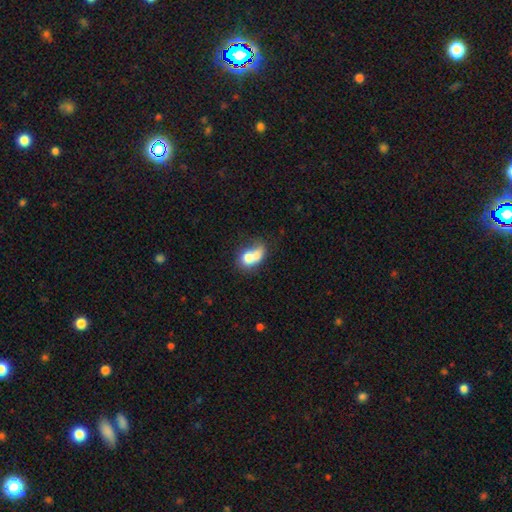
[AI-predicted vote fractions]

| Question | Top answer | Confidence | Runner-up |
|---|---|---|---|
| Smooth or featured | smooth | 65% | featured or disk (25%) |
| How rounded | in between | 53% | round (45%) |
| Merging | merger | 66% | none (19%) |